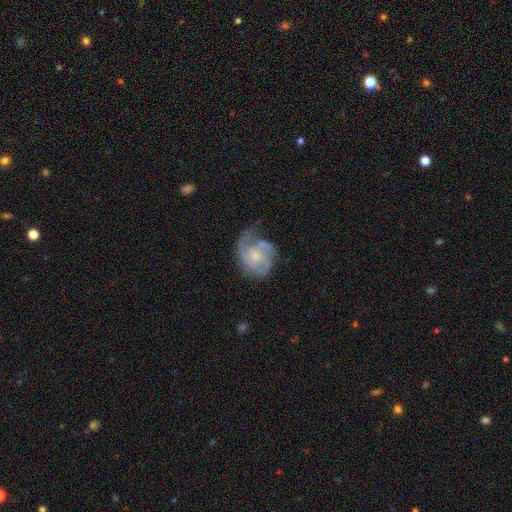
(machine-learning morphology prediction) smooth-or-featured: featured or disk: 78% | smooth: 16% | star or artifact: 6%
  disk-edge-on: no: 98% | yes: 2%
    bar: no: 71% | weak: 26% | strong: 4%
    has-spiral-arms: yes: 92% | no: 8%
      spiral-winding: medium: 44% | tight: 41% | loose: 15%
      spiral-arm-count: 2: 38% | 3: 28% | can't tell: 19% | 1: 6% | 4: 5% | more than 4: 4%
    bulge-size: small: 61% | moderate: 29% | none: 7% | large: 2% | dominant: 1%
  merging: none: 49% | minor disturbance: 27% | major disturbance: 19% | merger: 5%